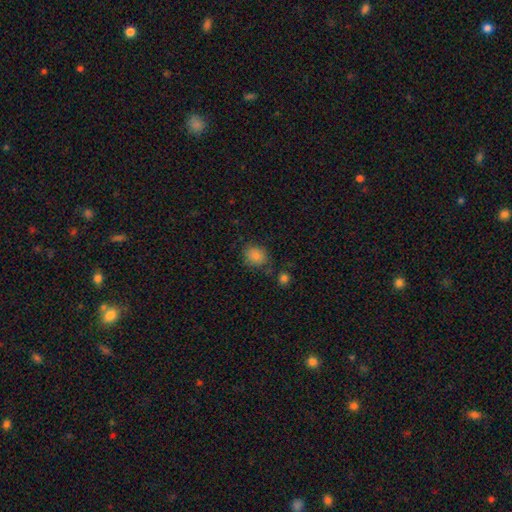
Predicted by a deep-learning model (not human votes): Smooth or featured?
  - smooth: 84% *
  - star or artifact: 10%
  - featured or disk: 6%
How rounded?
  - round: 66% *
  - in between: 33%
  - cigar-shaped: 1%
Merging?
  - none: 70% *
  - minor disturbance: 19%
  - major disturbance: 6%
  - merger: 5%